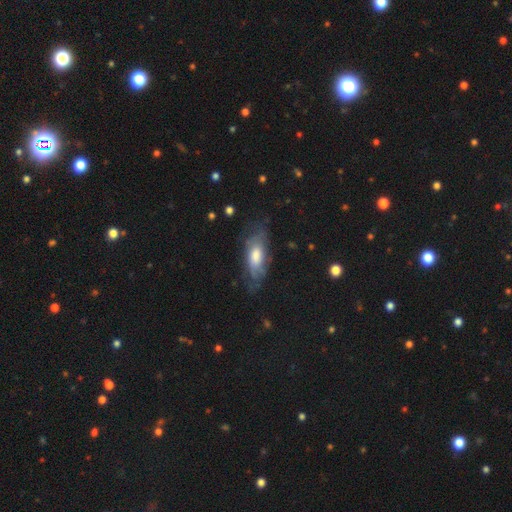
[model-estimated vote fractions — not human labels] Overall: featured or disk (50%; smooth 43%). Edge-on disk: no (80%). Merging: none (61%; minor disturbance 25%).